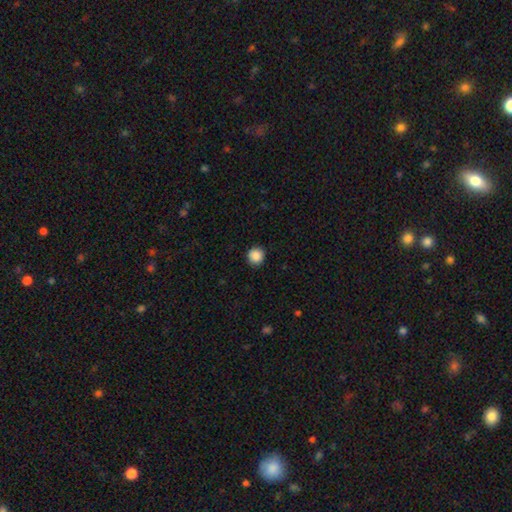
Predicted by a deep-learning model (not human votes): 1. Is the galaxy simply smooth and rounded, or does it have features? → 88% smooth, 9% star or artifact, 2% featured or disk.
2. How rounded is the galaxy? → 95% round, 4% in between, 1% cigar-shaped.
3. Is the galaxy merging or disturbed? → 91% none, 6% minor disturbance, 2% major disturbance, 1% merger.